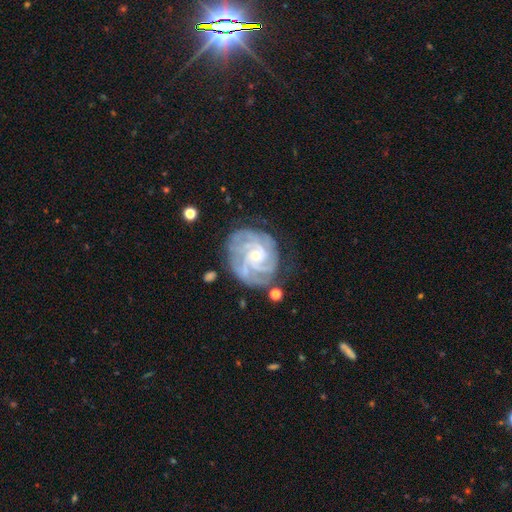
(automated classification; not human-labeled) The model was most divided on "spiral arm count": 4: 31%, 3: 28%, can't tell: 15%, 2: 11%, more than 4: 9%, 1: 6%. More confident: spiral arms — yes (98%); edge-on disk — no (98%); smooth or featured — featured or disk (90%); bulge size — small (77%); spiral winding — tight (74%); merging — none (74%); bar — no (69%).